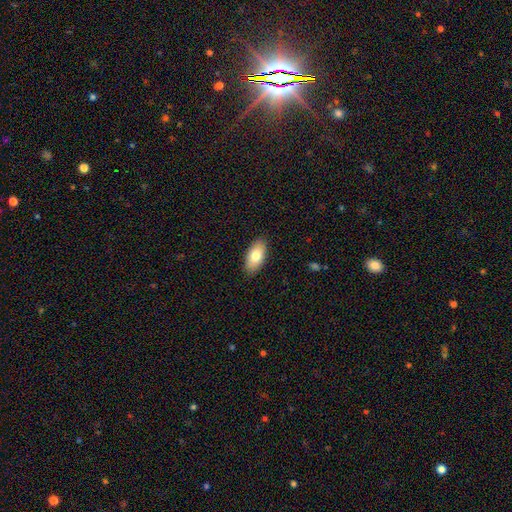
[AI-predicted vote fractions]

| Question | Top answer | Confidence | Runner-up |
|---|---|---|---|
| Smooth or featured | smooth | 79% | featured or disk (15%) |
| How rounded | in between | 92% | cigar-shaped (5%) |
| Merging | none | 89% | minor disturbance (9%) |